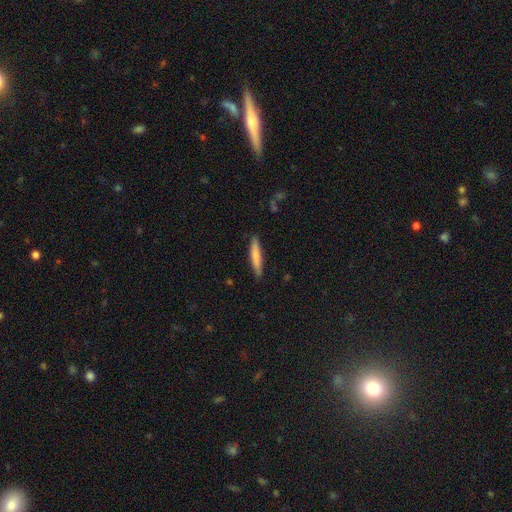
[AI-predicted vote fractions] smooth-or-featured: smooth: 76% | featured or disk: 18% | star or artifact: 5%
  how-rounded: cigar-shaped: 91% | in between: 8% | round: 1%
  merging: none: 87% | minor disturbance: 10% | major disturbance: 2% | merger: 1%